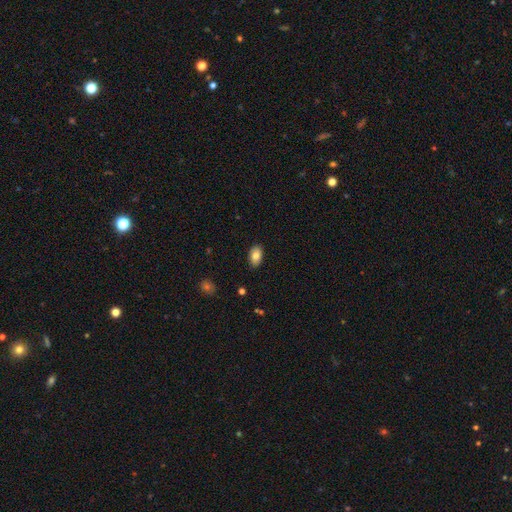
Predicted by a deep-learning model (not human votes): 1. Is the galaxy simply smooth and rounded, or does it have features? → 81% smooth, 12% featured or disk, 8% star or artifact.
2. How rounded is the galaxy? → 90% in between, 8% round, 1% cigar-shaped.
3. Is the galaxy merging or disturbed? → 87% none, 10% minor disturbance, 2% major disturbance, 1% merger.